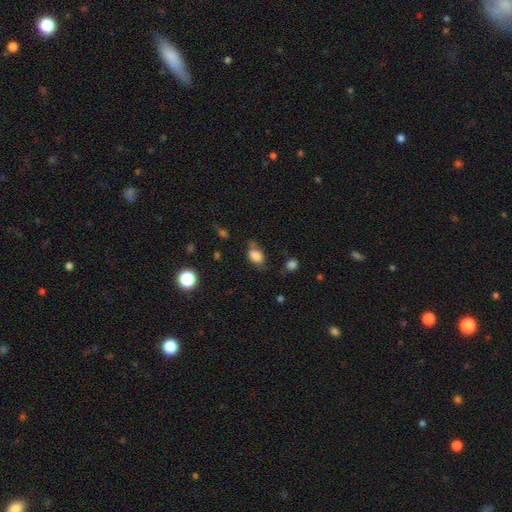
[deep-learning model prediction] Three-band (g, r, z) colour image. It shows a smooth galaxy with no disk features (81%) that is in between round and cigar-shaped (81%). Merging: none (56%).